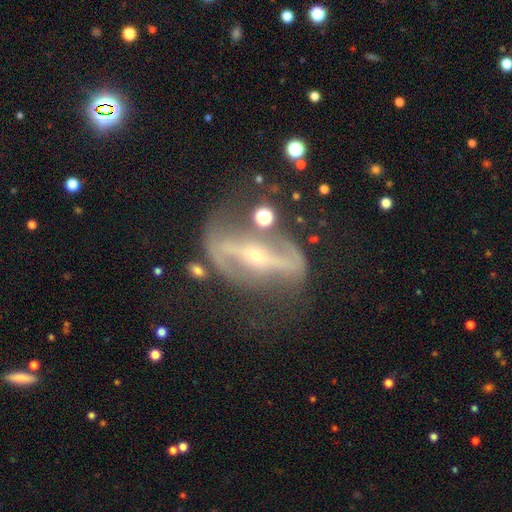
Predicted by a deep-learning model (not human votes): A featured or disk galaxy (85%) with a strong bar (75%), 2 (86%) loose (43%) spiral arms (74%) and a small central bulge (79%). Merging: none (58%).